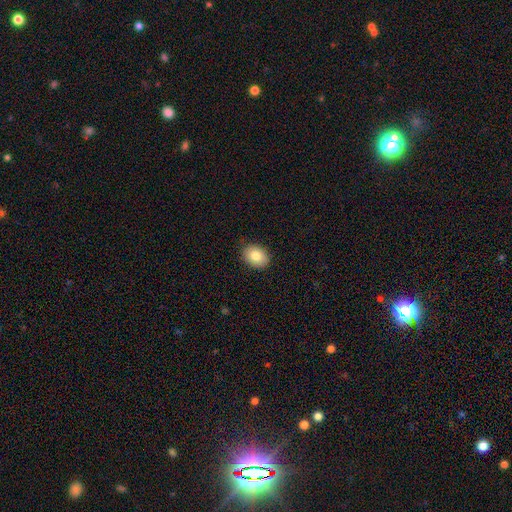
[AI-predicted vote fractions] This appears to be a smooth galaxy with no disk features (82%) that is in between round and cigar-shaped (61%). Merging: none (89%).